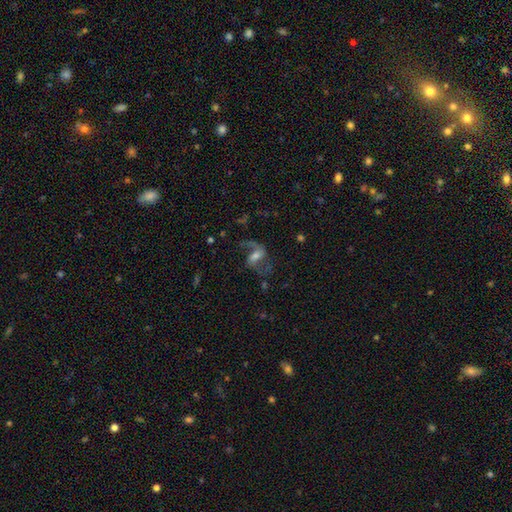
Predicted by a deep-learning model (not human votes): A featured or disk galaxy (78%) with a weak bar (46%), 2 (83%) loose (64%) spiral arms (91%) and a moderate central bulge (51%).

Vote fractions:
- Smooth or featured? featured or disk: 78% / smooth: 14% / star or artifact: 8%
- Edge-on disk? no: 97% / yes: 3%
- Bar? weak: 46% / strong: 30% / no: 24%
- Spiral arms? yes: 91% / no: 9%
- Spiral winding? loose: 64% / medium: 31% / tight: 5%
- Spiral arm count? 2: 83% / 1: 11% / can't tell: 3% / 3: 1% / 4: 1% / more than 4: 1%
- Bulge size? moderate: 51% / small: 32% / large: 10% / none: 6% / dominant: 2%
- Merging? none: 58% / major disturbance: 23% / minor disturbance: 16% / merger: 3%